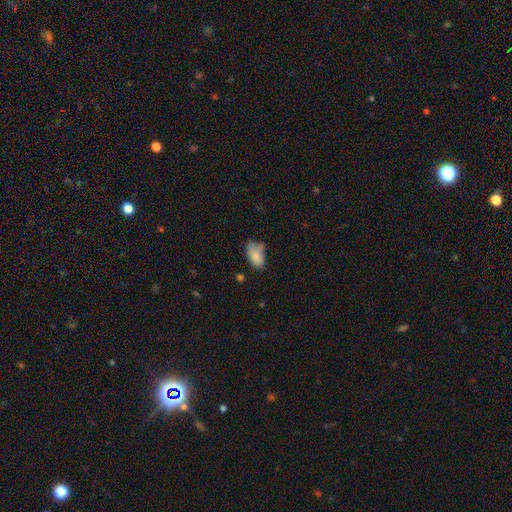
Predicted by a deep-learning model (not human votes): The model was most divided on "merging": none: 45%, minor disturbance: 38%, major disturbance: 11%, merger: 6%. More confident: how rounded — in between (91%); smooth or featured — smooth (82%).